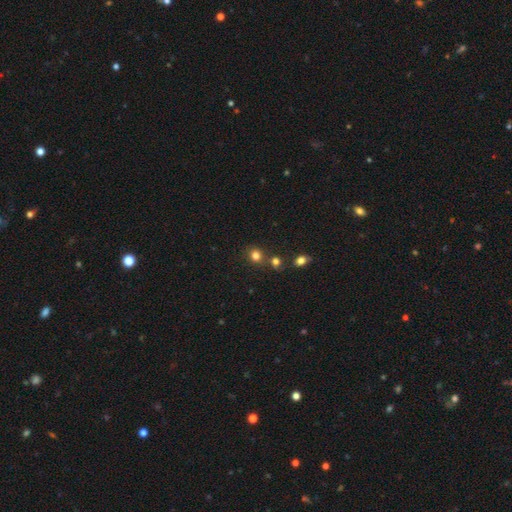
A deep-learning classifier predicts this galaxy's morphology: type=smooth (78%); roundness=round (83%); merging=none (70%).